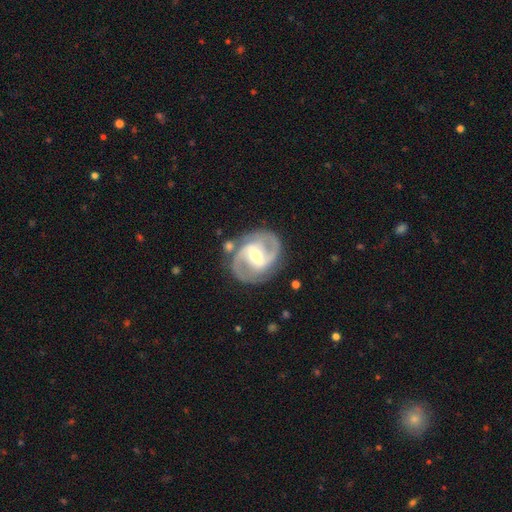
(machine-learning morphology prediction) This is clearly a featured or disk galaxy (89%). It is clearly not viewed edge-on (97%). Bar: possibly strong (55%). Spiral arm pattern: clearly yes (96%). Spiral arm count: clearly 2 (91%). Spiral winding: possibly medium (56%). Central bulge: possibly moderate (58%). Merging: likely none (78%).